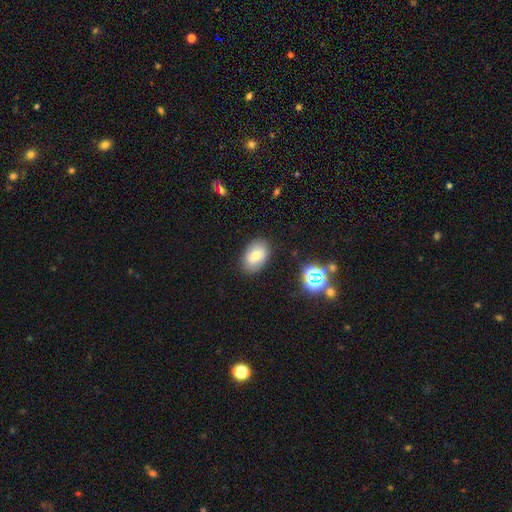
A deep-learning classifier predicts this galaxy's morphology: The model was most divided on "smooth or featured": smooth: 72%, featured or disk: 17%, star or artifact: 11%. More confident: how rounded — in between (86%); merging — none (85%).